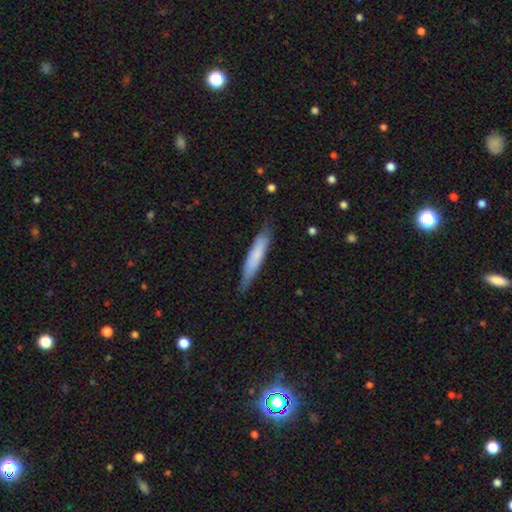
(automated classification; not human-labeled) Smooth or featured?
  - smooth: 70% *
  - featured or disk: 25%
  - star or artifact: 6%
How rounded?
  - cigar-shaped: 87% *
  - in between: 12%
  - round: 1%
Merging?
  - none: 76% *
  - minor disturbance: 19%
  - major disturbance: 3%
  - merger: 1%